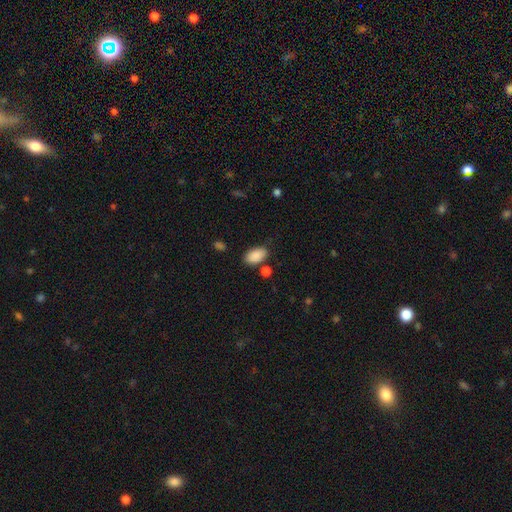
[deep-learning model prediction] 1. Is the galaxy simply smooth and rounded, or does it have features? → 88% smooth, 7% star or artifact, 5% featured or disk.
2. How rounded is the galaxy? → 93% in between, 5% round, 2% cigar-shaped.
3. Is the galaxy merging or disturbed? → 75% none, 14% minor disturbance, 7% merger, 4% major disturbance.